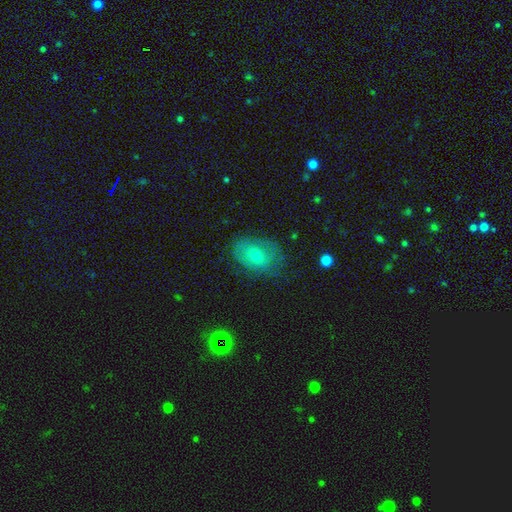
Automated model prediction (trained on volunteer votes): Q: Smooth or featured?
A: smooth (57%); runner-up: featured or disk (32%)
Q: How rounded?
A: in between (78%); runner-up: round (21%)
Q: Merging?
A: none (68%); runner-up: minor disturbance (22%)